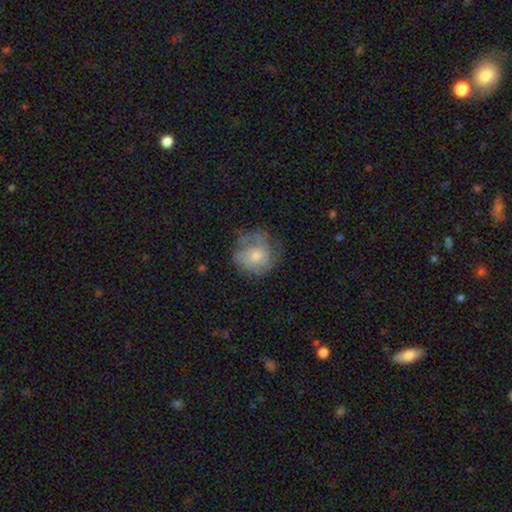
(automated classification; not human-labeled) Morphology: type=featured or disk (47%); merging=none (60%).